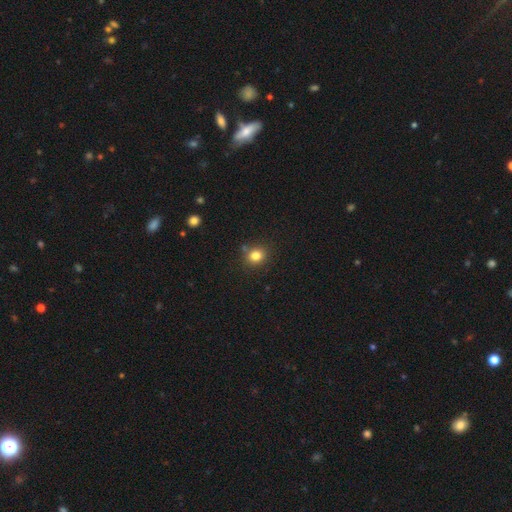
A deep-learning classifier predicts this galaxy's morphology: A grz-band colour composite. It shows a smooth galaxy with no disk features (81%) that is round (76%). Merging: none (80%).